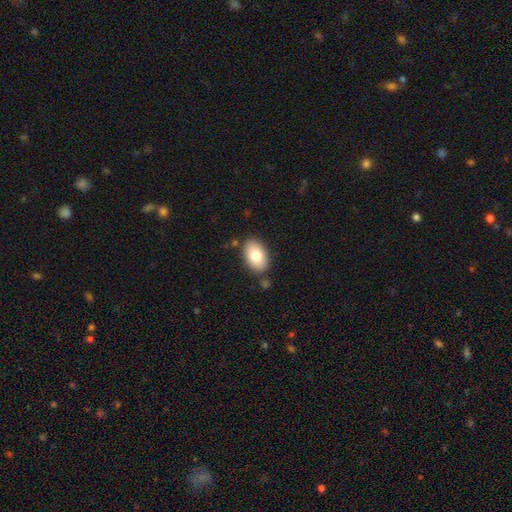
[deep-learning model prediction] smooth_or_featured: smooth (p=0.80) [alt: featured or disk p=0.13]
how_rounded: in between (p=0.92) [alt: round p=0.07]
merging: none (p=0.82) [alt: minor disturbance p=0.11]